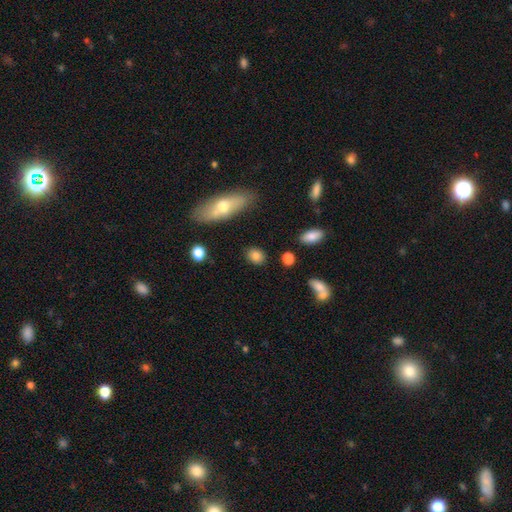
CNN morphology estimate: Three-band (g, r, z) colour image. It shows a smooth galaxy with no disk features (83%) that is round (54%). Merging: none (84%).